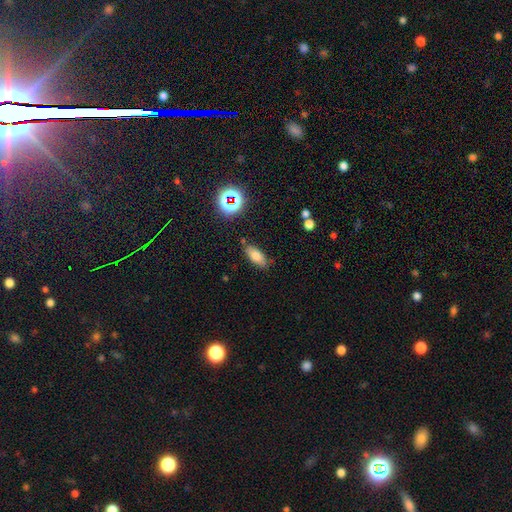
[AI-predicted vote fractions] A smooth galaxy with no disk features (74%) that is in between round and cigar-shaped (83%).

Vote fractions:
- Smooth or featured? smooth: 74% / featured or disk: 14% / star or artifact: 12%
- How rounded? in between: 83% / cigar-shaped: 13% / round: 4%
- Merging? none: 80% / minor disturbance: 13% / merger: 4% / major disturbance: 3%